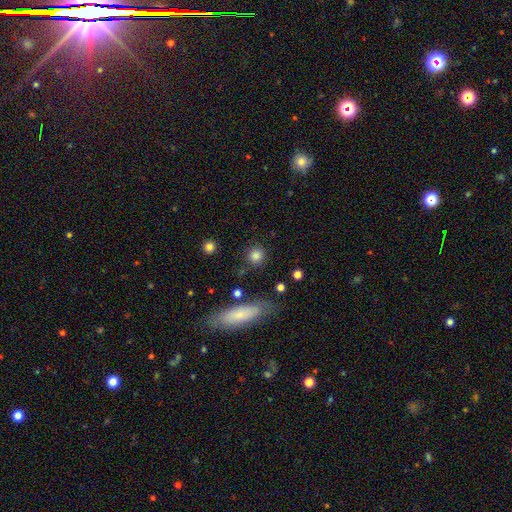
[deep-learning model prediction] smooth-or-featured: smooth: 83% | star or artifact: 10% | featured or disk: 6%
  how-rounded: round: 91% | in between: 7% | cigar-shaped: 2%
  merging: none: 85% | minor disturbance: 8% | major disturbance: 3% | merger: 3%